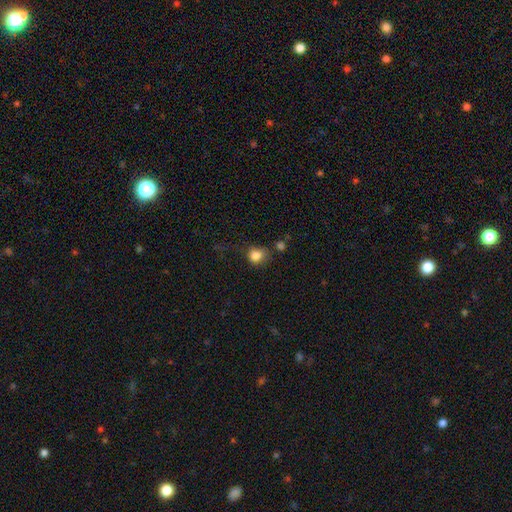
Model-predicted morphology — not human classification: Smooth or featured? smooth (83%)
How rounded? round (71%)
Merging? none (54%)